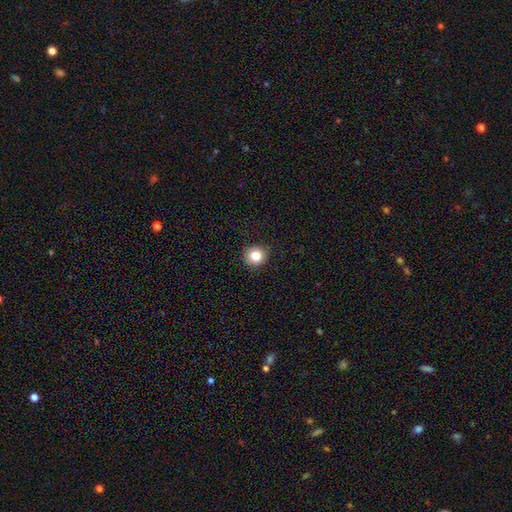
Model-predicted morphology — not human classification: Overall: smooth (83%). How rounded: round (93%). Merging: none (92%).